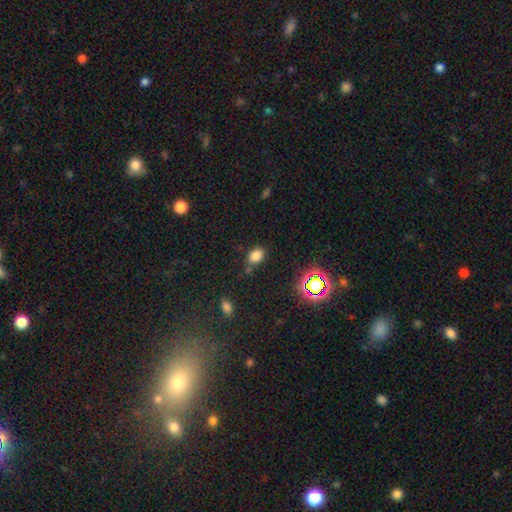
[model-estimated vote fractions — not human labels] A smooth galaxy with no disk features (78%) that is in between round and cigar-shaped (74%).

Vote fractions:
- Smooth or featured? smooth: 78% / star or artifact: 16% / featured or disk: 6%
- How rounded? in between: 74% / round: 25% / cigar-shaped: 1%
- Merging? none: 73% / minor disturbance: 17% / merger: 6% / major disturbance: 5%